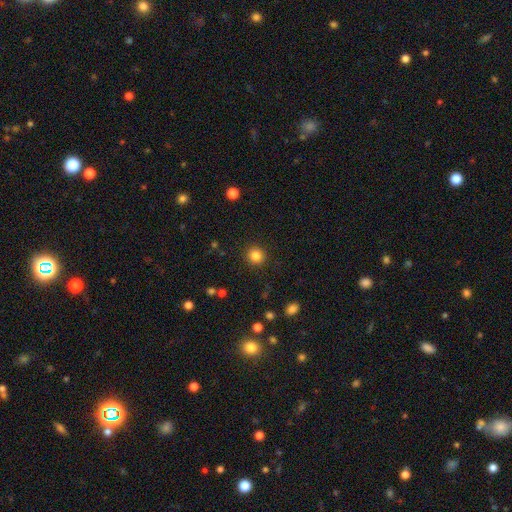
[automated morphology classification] This is clearly a smooth galaxy (83%). How rounded: clearly round (93%). Merging: clearly none (91%).